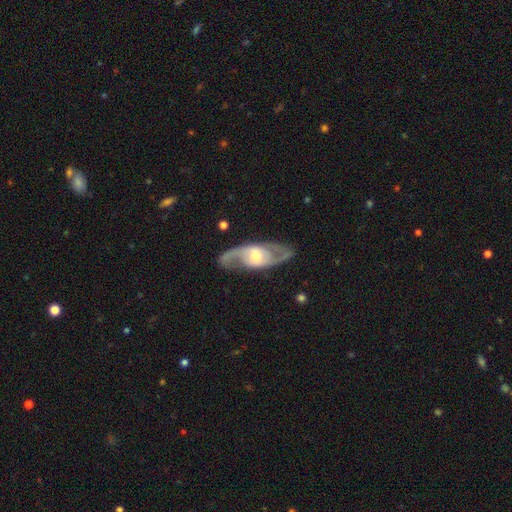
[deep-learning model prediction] featured or disk 83%, smooth 12%, star or artifact 5%. Down the decision tree: edge-on disk — no (89%); bar — no (51%); spiral arms — yes (89%); spiral arm count — 2 (89%); spiral winding — medium (50%); bulge size — moderate (57%); merging — none (82%).